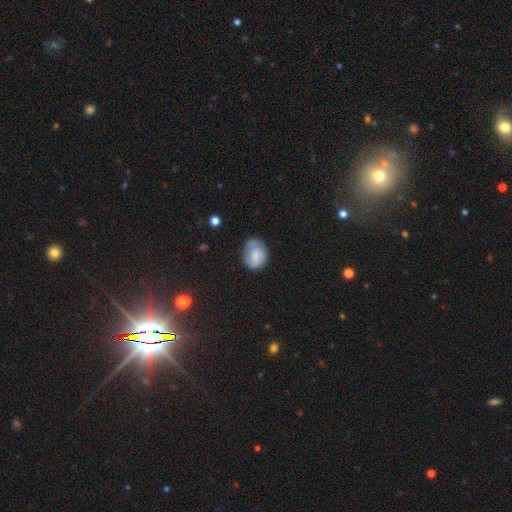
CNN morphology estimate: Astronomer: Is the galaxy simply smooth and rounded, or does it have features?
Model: smooth — 62%.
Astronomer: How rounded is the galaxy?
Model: round — 51% (runner-up: in between, 47%).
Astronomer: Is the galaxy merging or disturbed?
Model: none — 61%.